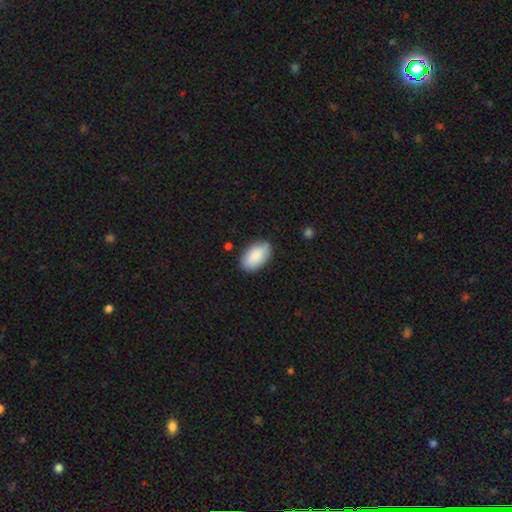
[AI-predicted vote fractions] Smooth or featured: smooth — 88% (featured or disk — 6%)
How rounded: in between — 95% (round — 3%)
Merging: none — 85% (minor disturbance — 11%)